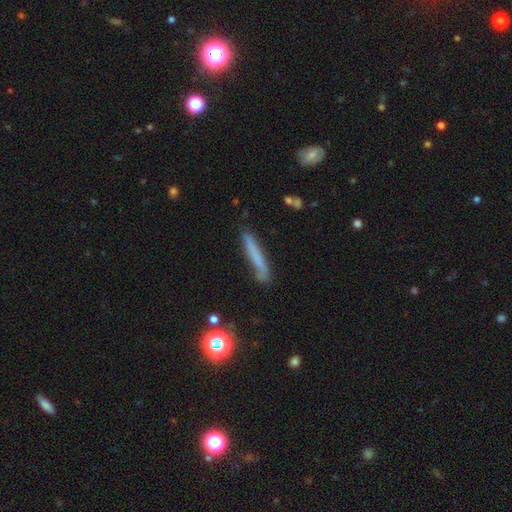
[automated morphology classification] Q: Smooth or featured?
A: smooth (61%); runner-up: featured or disk (29%)
Q: How rounded?
A: cigar-shaped (94%); runner-up: in between (4%)
Q: Merging?
A: none (76%); runner-up: minor disturbance (17%)